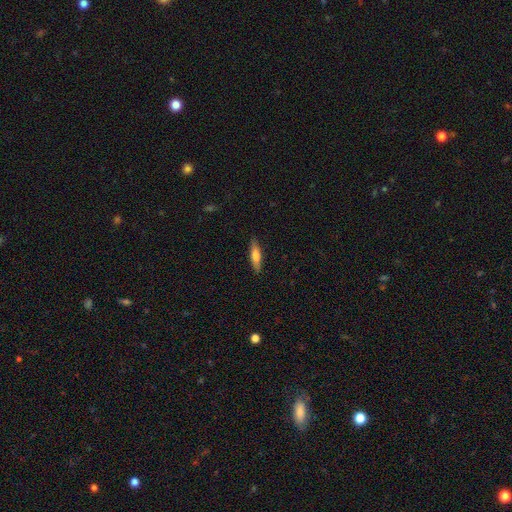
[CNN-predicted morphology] Q: Smooth or featured?
A: smooth (61%); runner-up: featured or disk (33%)
Q: How rounded?
A: cigar-shaped (74%); runner-up: in between (24%)
Q: Merging?
A: none (88%); runner-up: minor disturbance (9%)